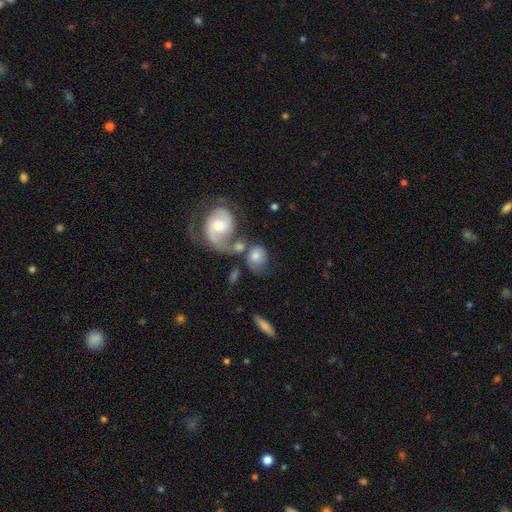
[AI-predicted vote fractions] Overall: smooth (55%; featured or disk 37%). How rounded: round (60%; in between 38%). Merging: none (37%; merger 36%).